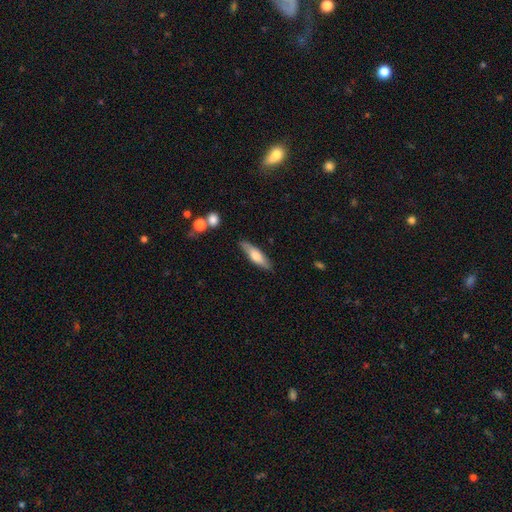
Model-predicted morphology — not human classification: smooth 62%, featured or disk 32%, star or artifact 6%. Down the decision tree: how rounded — cigar-shaped (65%); merging — none (83%).